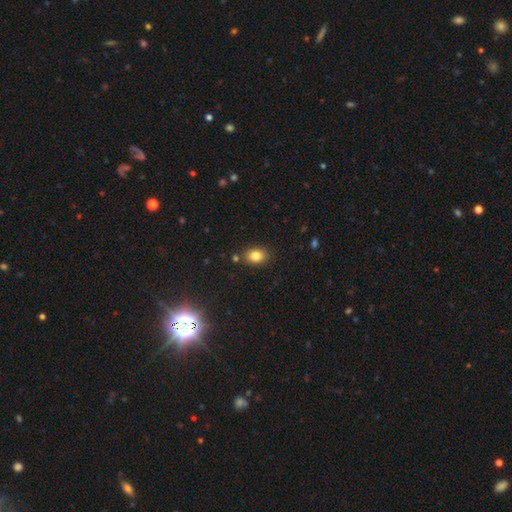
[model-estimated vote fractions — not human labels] This appears to be a smooth galaxy with no disk features (83%) that is in between round and cigar-shaped (69%). Merging: none (83%).